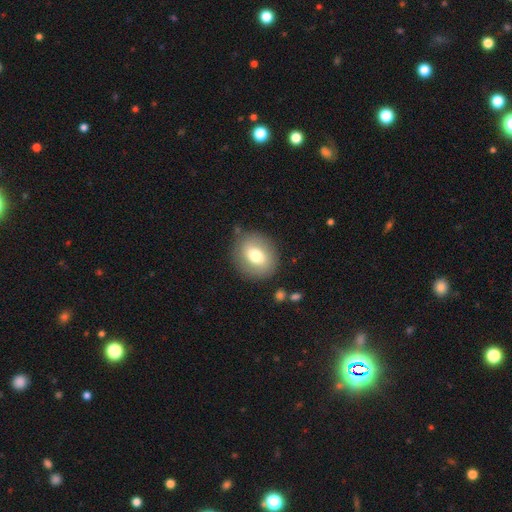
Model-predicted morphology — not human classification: type=smooth (72%); roundness=round (68%); merging=none (82%).